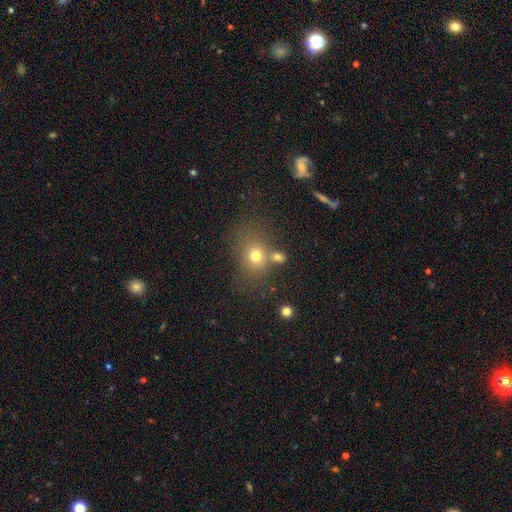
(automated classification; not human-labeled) Overall: smooth (71%). How rounded: round (61%; in between 38%). Merging: none (59%; merger 20%).